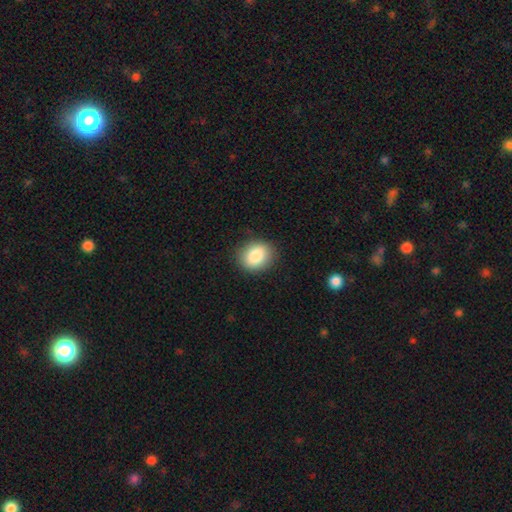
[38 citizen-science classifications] Smooth or featured? smooth (84%)
How rounded? round (69%)
Merging? none (89%)